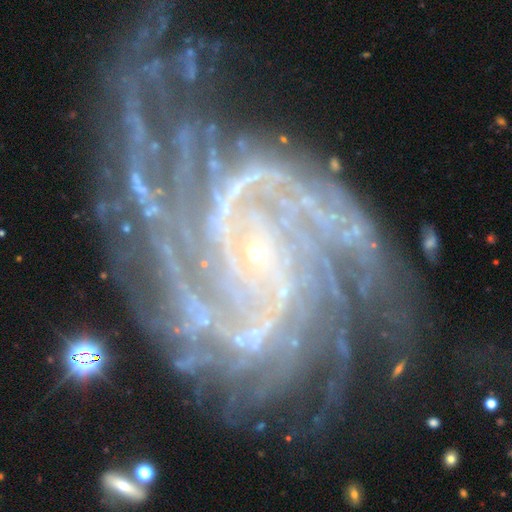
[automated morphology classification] Smooth or featured? featured or disk (93%)
Edge-on disk? no (98%)
Bar? no (60%)
Spiral arms? yes (99%)
Spiral winding? tight (55%)
Spiral arm count? 2 (22%)
Bulge size? small (89%)
Merging? none (55%)